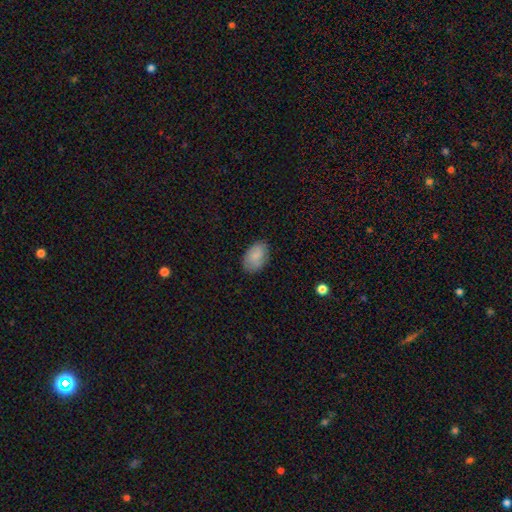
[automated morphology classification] A smooth galaxy with no disk features (84%) that is in between round and cigar-shaped (91%).

Vote fractions:
- Smooth or featured? smooth: 84% / featured or disk: 9% / star or artifact: 7%
- How rounded? in between: 91% / round: 8% / cigar-shaped: 1%
- Merging? none: 82% / minor disturbance: 14% / major disturbance: 3% / merger: 1%